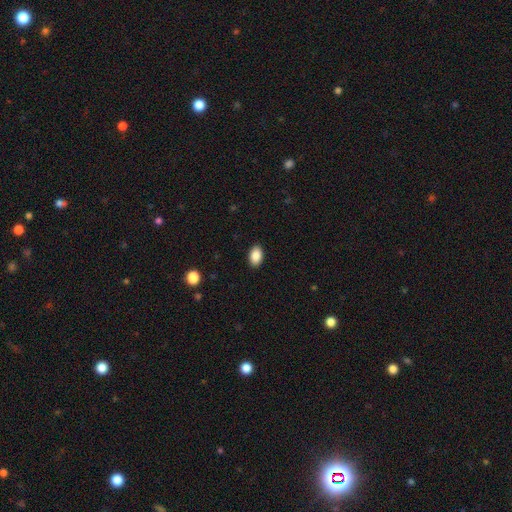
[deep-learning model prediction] Smooth or featured: smooth — 88% (star or artifact — 8%)
How rounded: in between — 90% (round — 9%)
Merging: none — 90% (minor disturbance — 7%)